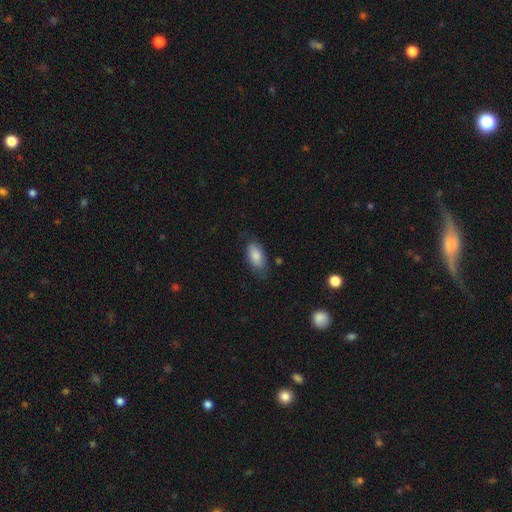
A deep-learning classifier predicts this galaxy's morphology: smooth-or-featured: smooth: 84% | featured or disk: 10% | star or artifact: 7%
  how-rounded: in between: 93% | round: 4% | cigar-shaped: 3%
  merging: none: 71% | minor disturbance: 22% | major disturbance: 5% | merger: 2%